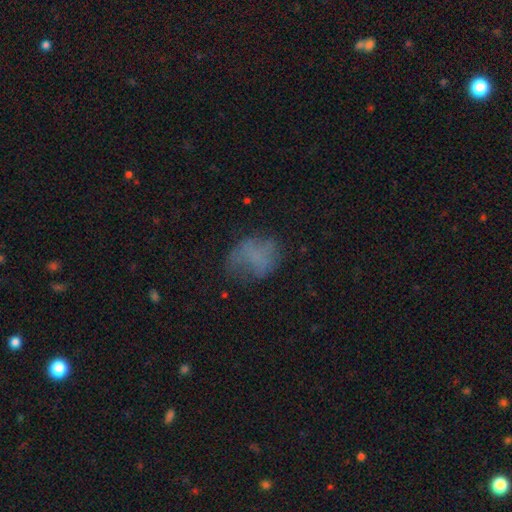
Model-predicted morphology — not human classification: type=smooth (57%); roundness=in between (56%); merging=none (48%).